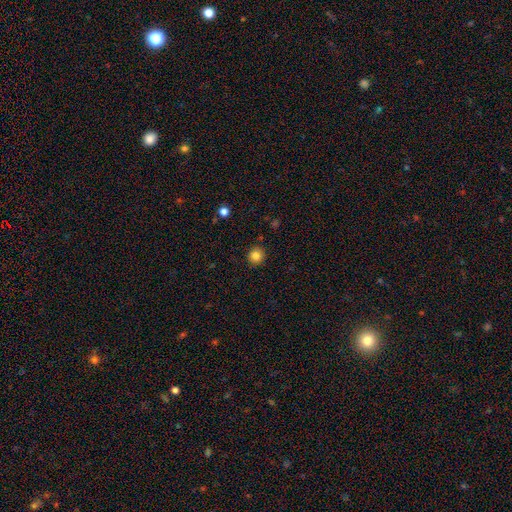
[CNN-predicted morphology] Smooth or featured? Predicted: smooth (p=0.84). How rounded? Predicted: round (p=0.92). Merging? Predicted: none (p=0.91).